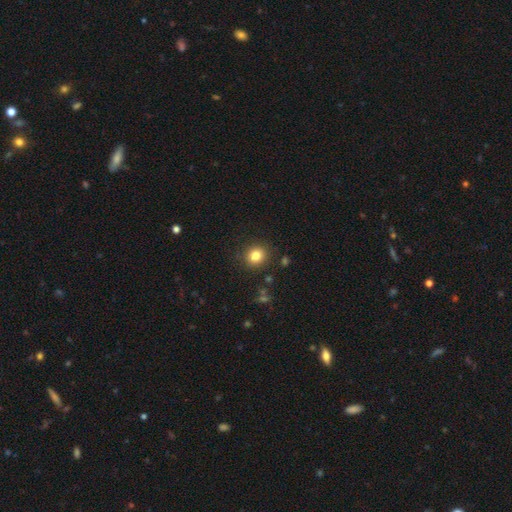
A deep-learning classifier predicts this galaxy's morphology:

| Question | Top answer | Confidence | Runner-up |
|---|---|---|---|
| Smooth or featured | smooth | 82% | star or artifact (11%) |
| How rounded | round | 84% | in between (16%) |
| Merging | none | 88% | minor disturbance (7%) |